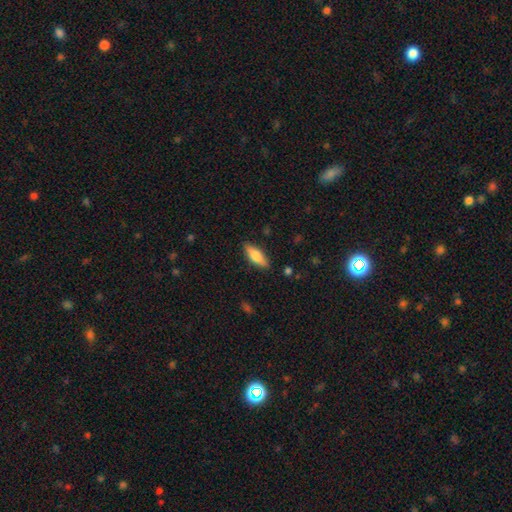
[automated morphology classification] A smooth galaxy with no disk features (69%) that is in between round and cigar-shaped (62%). Merging: none (87%).